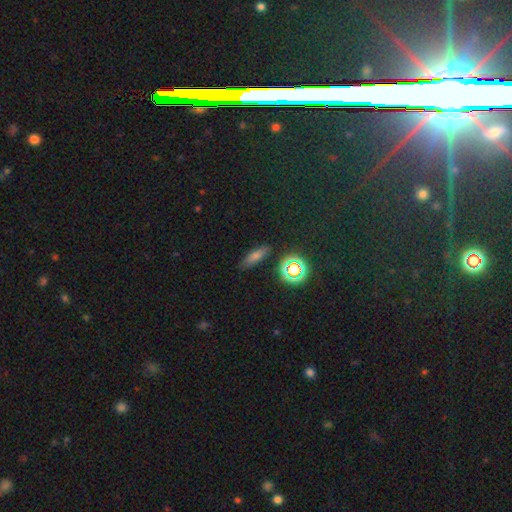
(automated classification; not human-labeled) This is likely a smooth galaxy (67%). How rounded: possibly cigar-shaped (47%). Merging: clearly none (84%).